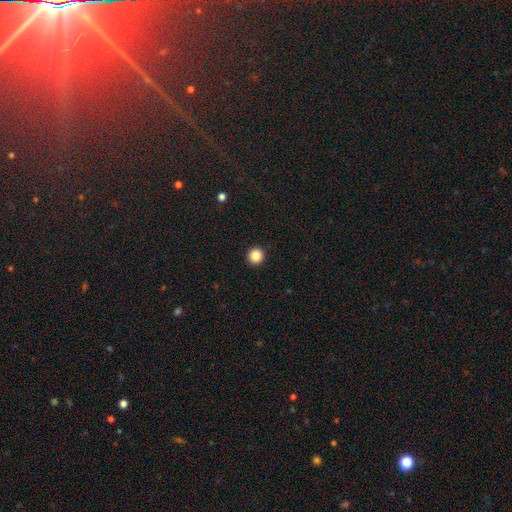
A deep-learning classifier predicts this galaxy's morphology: smooth 86%, star or artifact 11%, featured or disk 3%. Down the decision tree: how rounded — round (96%); merging — none (94%).